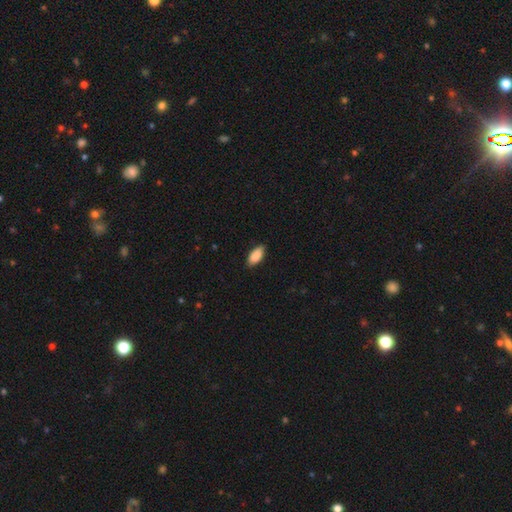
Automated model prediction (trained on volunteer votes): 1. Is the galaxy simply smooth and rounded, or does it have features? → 89% smooth, 6% star or artifact, 5% featured or disk.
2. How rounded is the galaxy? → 89% in between, 9% cigar-shaped, 2% round.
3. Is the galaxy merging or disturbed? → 80% none, 16% minor disturbance, 2% major disturbance, 1% merger.